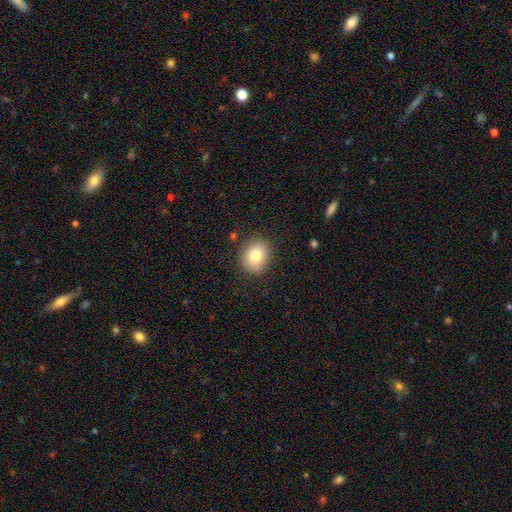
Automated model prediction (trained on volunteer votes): smooth-or-featured: smooth: 80% | featured or disk: 11% | star or artifact: 10%
  how-rounded: round: 66% | in between: 34% | cigar-shaped: 1%
  merging: none: 85% | minor disturbance: 10% | major disturbance: 3% | merger: 1%